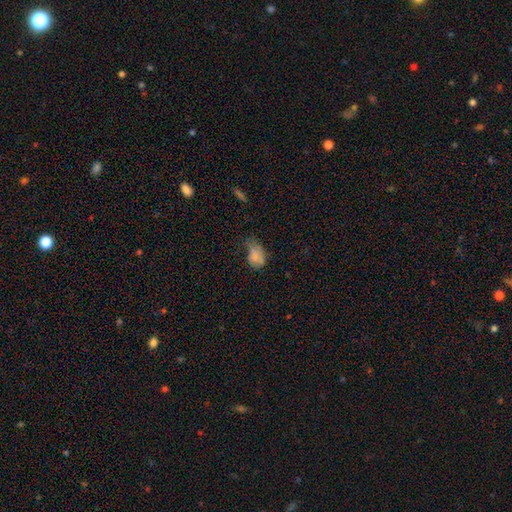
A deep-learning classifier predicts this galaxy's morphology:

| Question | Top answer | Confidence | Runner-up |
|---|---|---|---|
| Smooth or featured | smooth | 74% | featured or disk (13%) |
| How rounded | in between | 79% | round (19%) |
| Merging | minor disturbance | 38% | none (29%) |